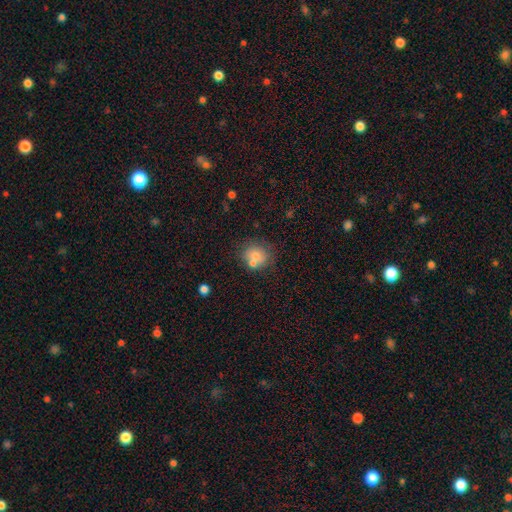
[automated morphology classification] smooth_or_featured: smooth (p=0.69) [alt: featured or disk p=0.18]
how_rounded: round (p=0.79) [alt: in between p=0.20]
merging: none (p=0.57) [alt: merger p=0.27]